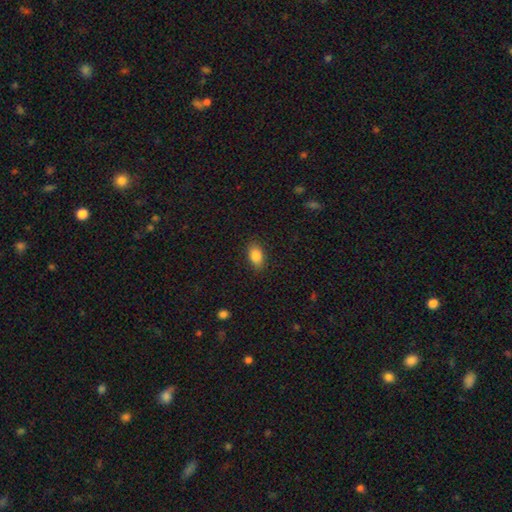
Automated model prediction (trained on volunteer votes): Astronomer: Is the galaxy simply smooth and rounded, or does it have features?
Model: smooth — 86%.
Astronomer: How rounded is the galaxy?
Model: in between — 90%.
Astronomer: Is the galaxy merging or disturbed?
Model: none — 86%.